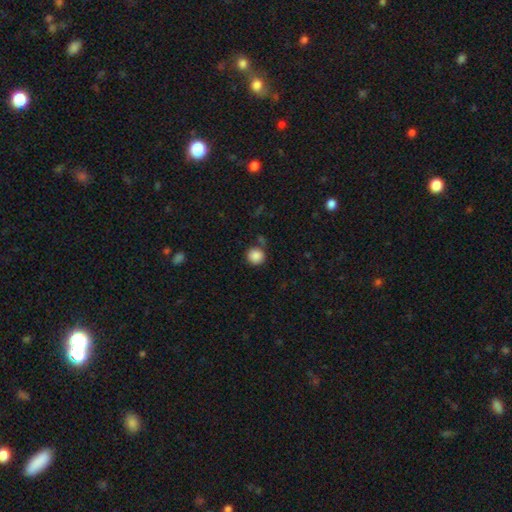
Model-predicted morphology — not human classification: Smooth or featured? Predicted: smooth (p=0.88). How rounded? Predicted: round (p=0.93). Merging? Predicted: none (p=0.81).